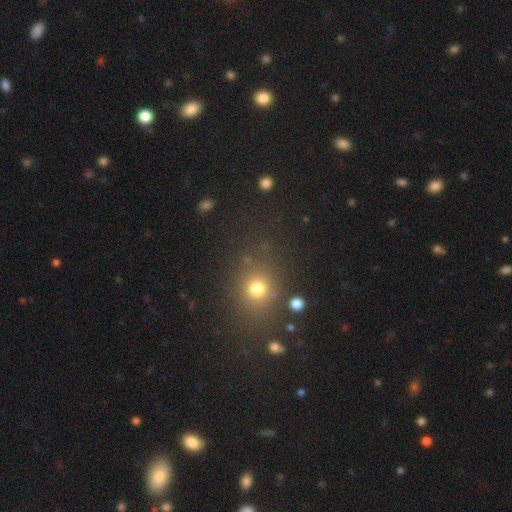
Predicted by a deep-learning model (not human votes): This is possibly a smooth galaxy (57%). How rounded: likely round (65%). Merging: clearly none (85%).